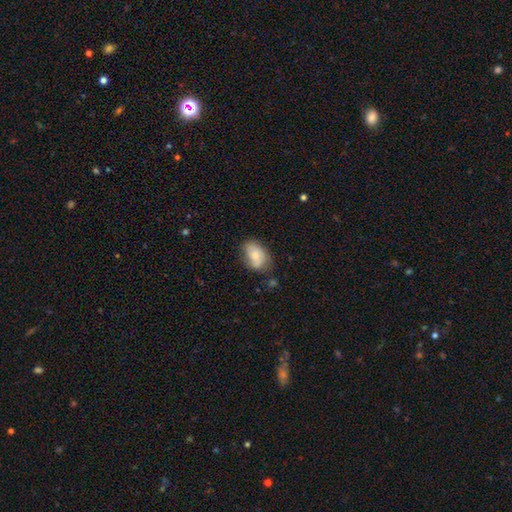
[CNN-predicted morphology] Overall: smooth (73%). How rounded: in between (87%). Merging: none (59%; minor disturbance 29%).